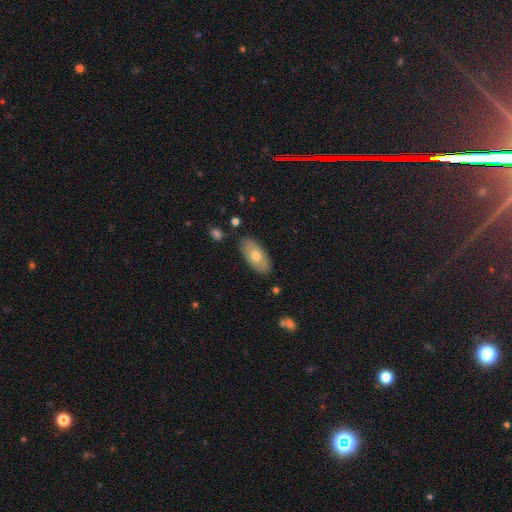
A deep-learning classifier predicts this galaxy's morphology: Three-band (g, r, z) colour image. It shows a smooth galaxy with no disk features (65%) that is in between round and cigar-shaped (92%). Merging: none (84%).